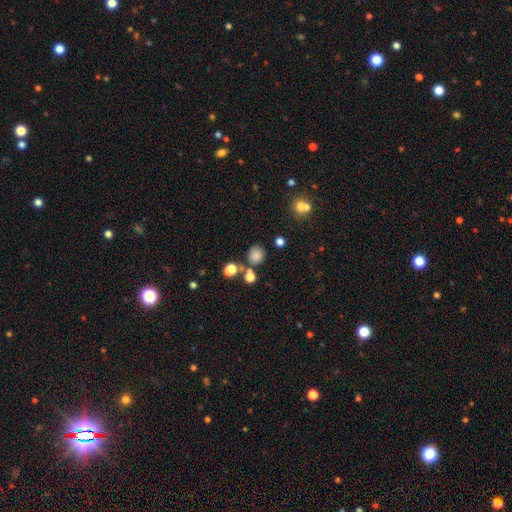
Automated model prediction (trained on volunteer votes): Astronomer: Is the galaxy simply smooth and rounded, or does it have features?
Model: smooth — 78%.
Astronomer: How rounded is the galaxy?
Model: round — 84%.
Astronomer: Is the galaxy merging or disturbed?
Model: none — 69%.